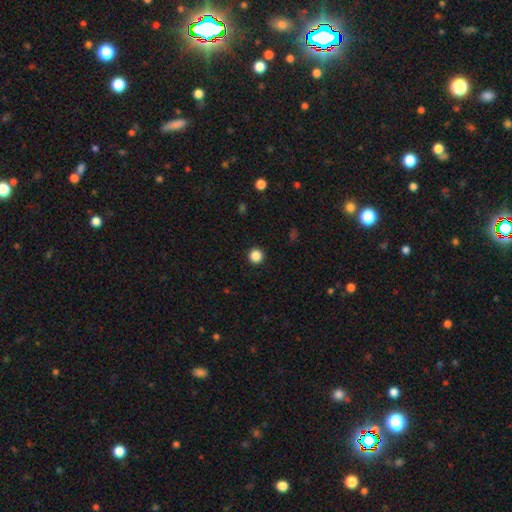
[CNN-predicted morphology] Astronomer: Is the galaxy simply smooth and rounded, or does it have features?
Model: smooth — 86%.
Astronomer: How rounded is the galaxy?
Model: round — 97%.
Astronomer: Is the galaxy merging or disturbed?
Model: none — 94%.